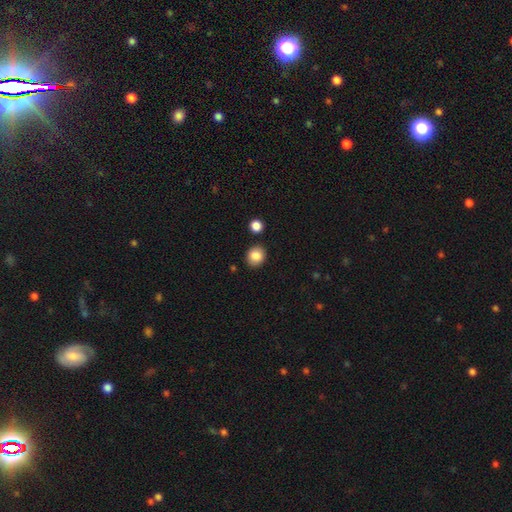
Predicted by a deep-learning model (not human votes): This appears to be a smooth galaxy with no disk features (87%) that is round (73%). Merging: none (86%).